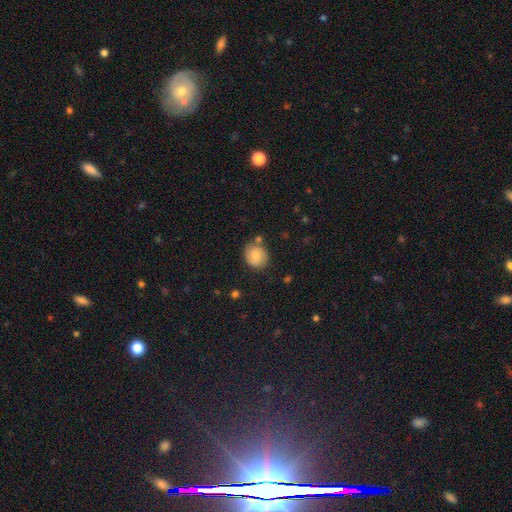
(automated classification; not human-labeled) A smooth galaxy with no disk features (64%) that is round (72%).

Vote fractions:
- Smooth or featured? smooth: 64% / featured or disk: 28% / star or artifact: 9%
- How rounded? round: 72% / in between: 27% / cigar-shaped: 1%
- Merging? none: 72% / minor disturbance: 16% / merger: 8% / major disturbance: 4%